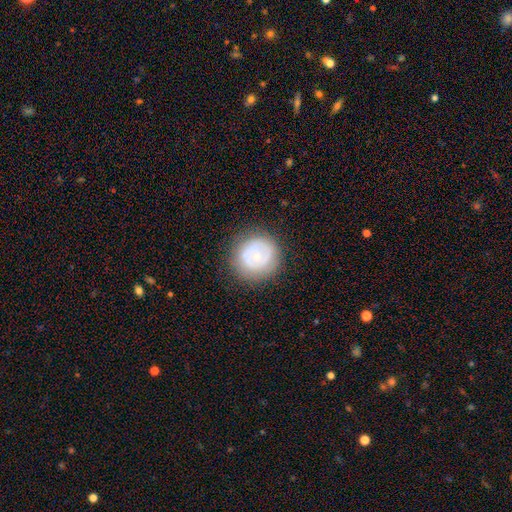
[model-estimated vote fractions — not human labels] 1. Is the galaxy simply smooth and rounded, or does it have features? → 47% featured or disk, 46% smooth, 7% star or artifact.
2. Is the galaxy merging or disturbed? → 80% none, 13% minor disturbance, 6% major disturbance, 1% merger.